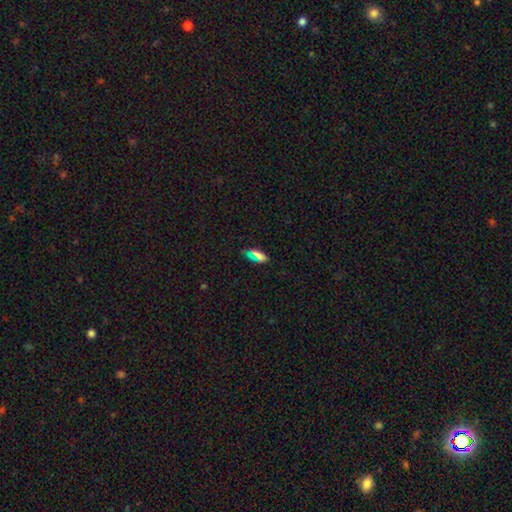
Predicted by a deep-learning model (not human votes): smooth 73%, star or artifact 17%, featured or disk 10%. Down the decision tree: how rounded — in between (74%); merging — none (82%).